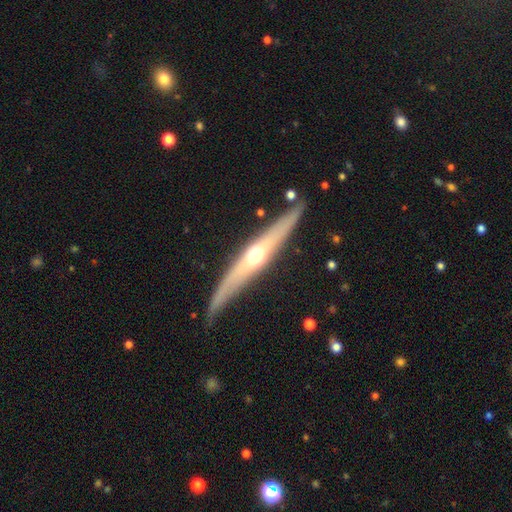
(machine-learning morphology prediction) Smooth or featured?
  - featured or disk: 71% *
  - smooth: 24%
  - star or artifact: 5%
Edge-on disk?
  - yes: 94% *
  - no: 6%
Edge-on bulge?
  - rounded: 90% *
  - none: 7%
  - boxy: 3%
Merging?
  - none: 84% *
  - minor disturbance: 11%
  - major disturbance: 3%
  - merger: 2%